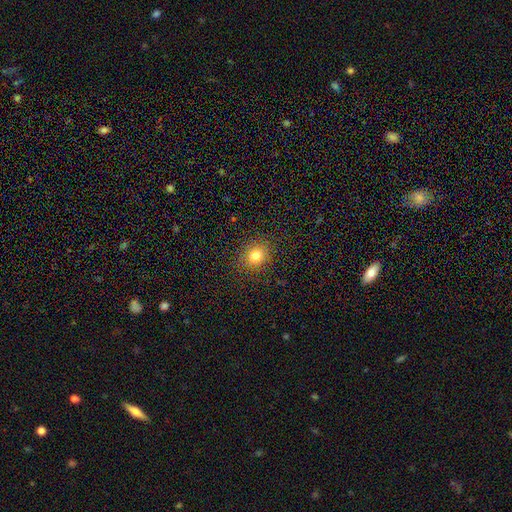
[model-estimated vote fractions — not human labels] Smooth or featured? smooth (79%)
How rounded? round (79%)
Merging? none (88%)